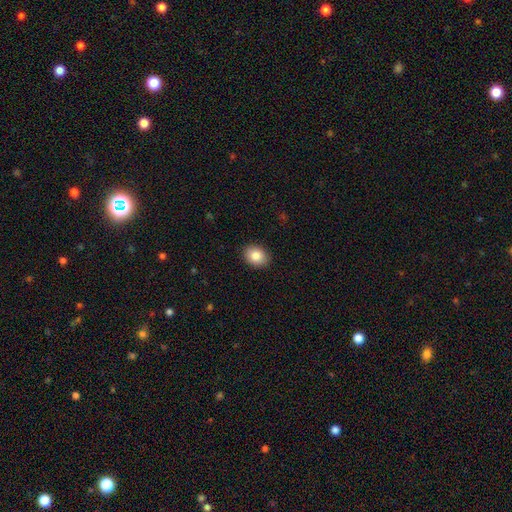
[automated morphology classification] A smooth galaxy with no disk features (85%) that is in between round and cigar-shaped (57%). Merging: none (90%).